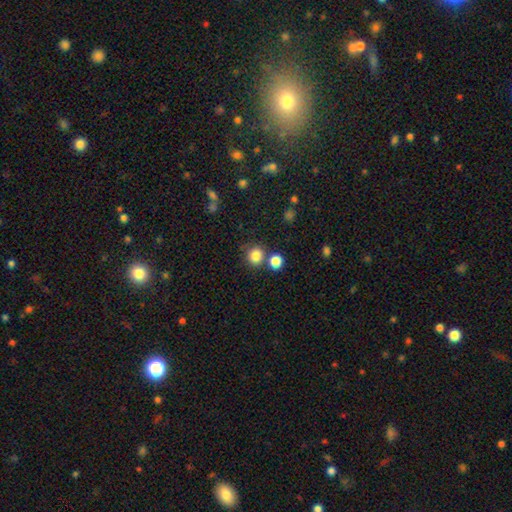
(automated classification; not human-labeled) Overall: smooth (83%). How rounded: round (86%). Merging: none (71%).